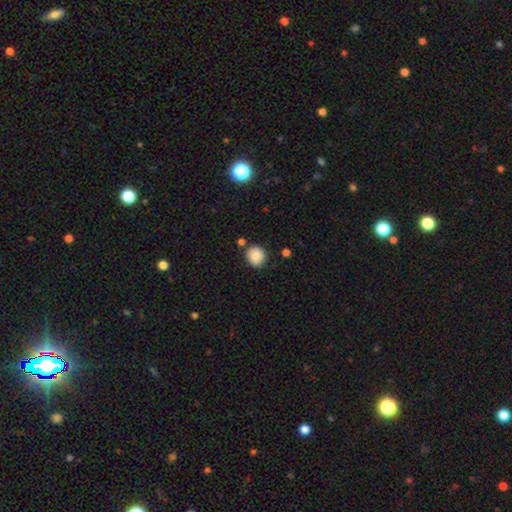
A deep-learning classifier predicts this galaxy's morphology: The model was most divided on "merging": none: 80%, minor disturbance: 11%, merger: 6%, major disturbance: 2%. More confident: how rounded — round (87%); smooth or featured — smooth (84%).